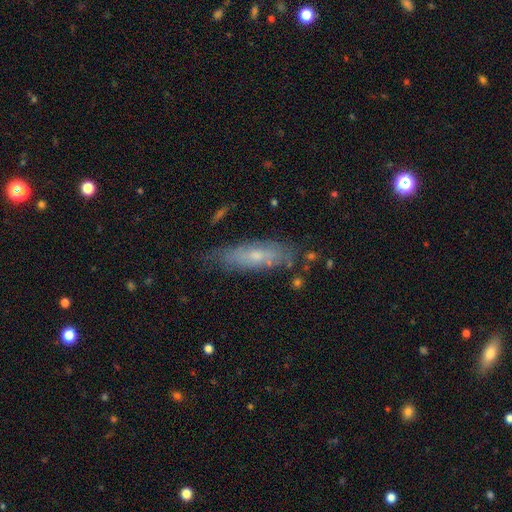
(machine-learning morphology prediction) smooth_or_featured: featured or disk (p=0.48) [alt: smooth p=0.43]
merging: none (p=0.71) [alt: minor disturbance p=0.21]